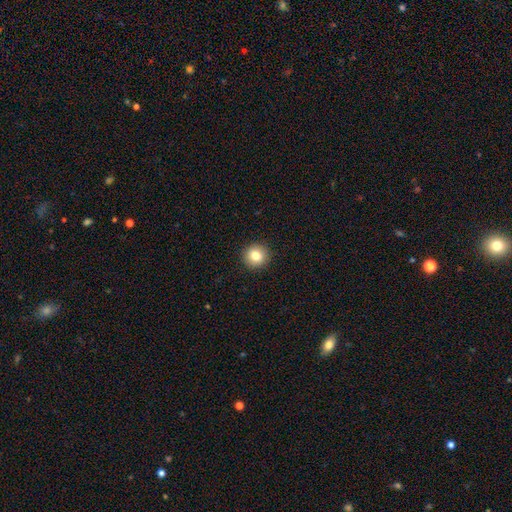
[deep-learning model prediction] smooth-or-featured: smooth: 82% | star or artifact: 10% | featured or disk: 8%
  how-rounded: round: 93% | in between: 6% | cigar-shaped: 1%
  merging: none: 93% | minor disturbance: 5% | major disturbance: 2% | merger: 1%